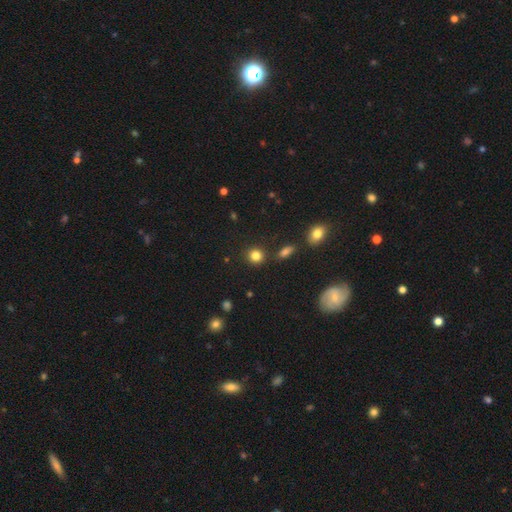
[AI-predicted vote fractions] Smooth or featured? smooth (83%)
How rounded? round (87%)
Merging? none (85%)